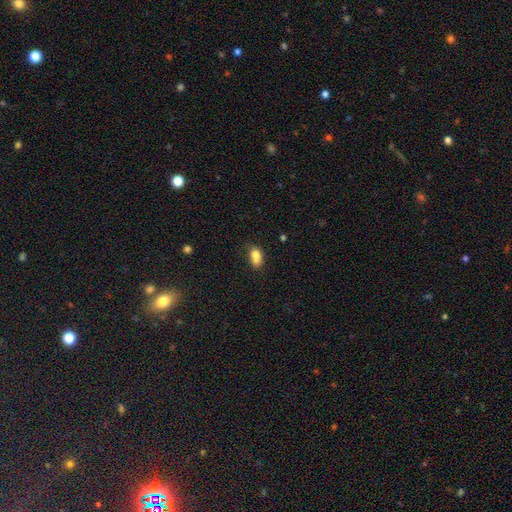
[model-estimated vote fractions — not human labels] The model was most divided on "merging": none: 53%, minor disturbance: 29%, merger: 10%, major disturbance: 8%. More confident: how rounded — in between (85%); smooth or featured — smooth (82%).